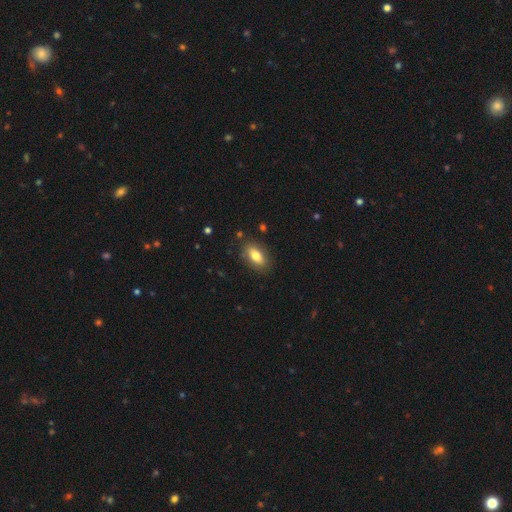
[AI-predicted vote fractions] Smooth or featured: smooth — 77% (featured or disk — 16%)
How rounded: in between — 87% (cigar-shaped — 8%)
Merging: none — 84% (minor disturbance — 11%)